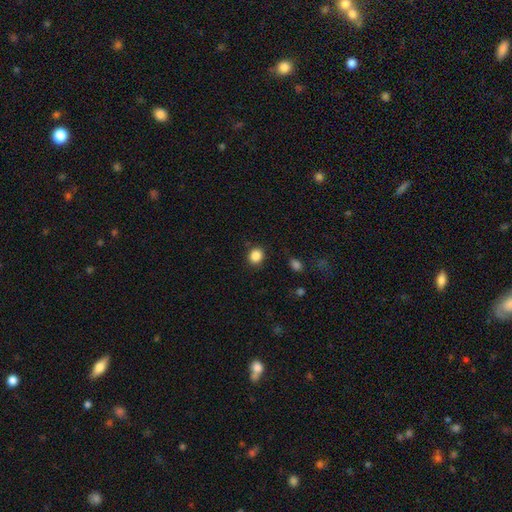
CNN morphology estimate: smooth 86%, star or artifact 10%, featured or disk 4%. Down the decision tree: how rounded — round (75%); merging — none (87%).